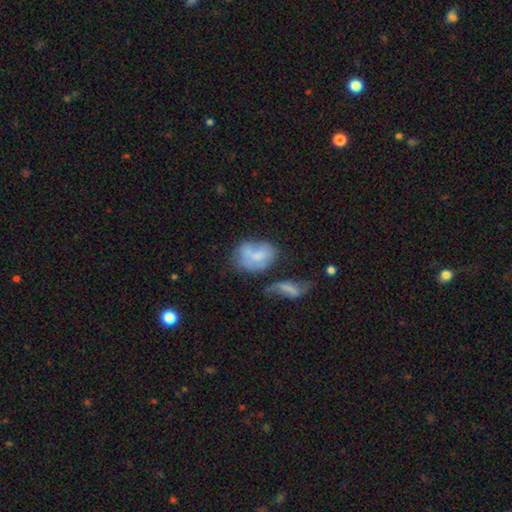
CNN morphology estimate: A smooth galaxy with no disk features (58%) that is in between round and cigar-shaped (72%). Merging: none (33%).